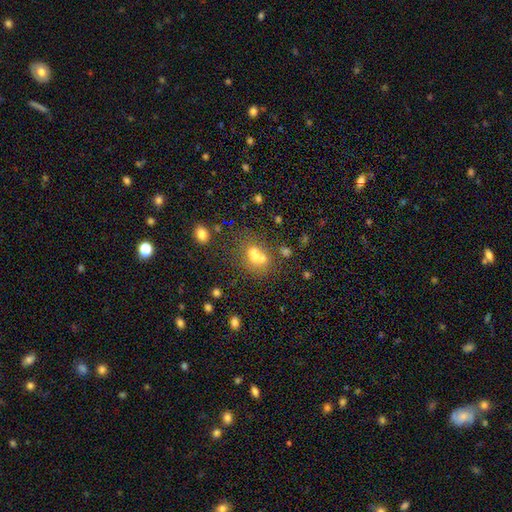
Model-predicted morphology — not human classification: smooth_or_featured: smooth (p=0.56) [alt: featured or disk p=0.23]
how_rounded: in between (p=0.49) [alt: round p=0.48]
merging: merger (p=0.48) [alt: none p=0.35]